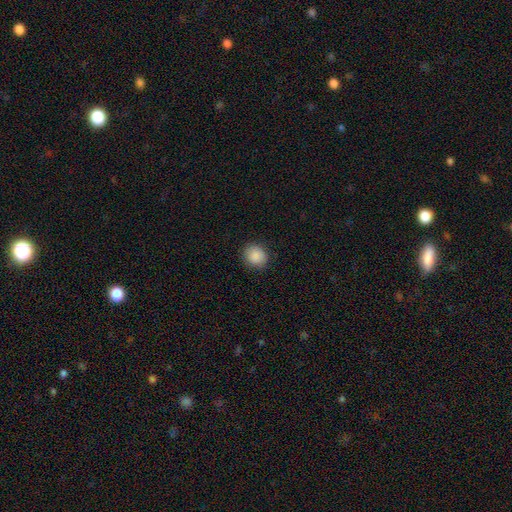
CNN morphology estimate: smooth_or_featured: smooth (p=0.89) [alt: star or artifact p=0.08]
how_rounded: round (p=0.82) [alt: in between p=0.17]
merging: none (p=0.88) [alt: minor disturbance p=0.09]